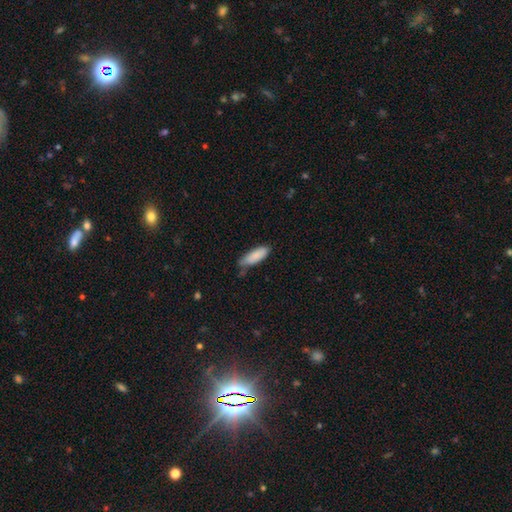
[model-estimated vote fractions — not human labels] This appears to be a smooth galaxy with no disk features (87%) that is in between round and cigar-shaped (61%). Merging: none (60%).